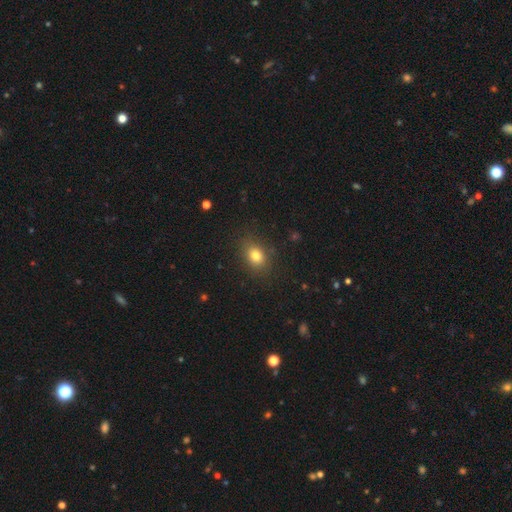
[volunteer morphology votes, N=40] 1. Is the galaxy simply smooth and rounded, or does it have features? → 95% smooth, 2% featured or disk, 2% star or artifact.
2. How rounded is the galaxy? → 68% in between, 29% round, 3% cigar-shaped.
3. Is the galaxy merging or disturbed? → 72% none, 21% minor disturbance, 8% major disturbance, 0% merger.